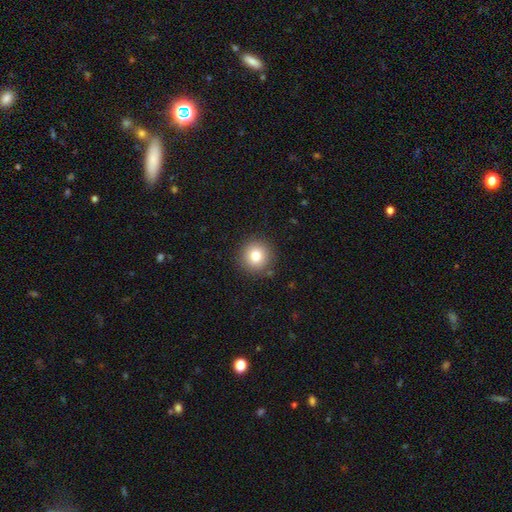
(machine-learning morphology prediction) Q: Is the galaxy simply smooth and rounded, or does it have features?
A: smooth — 81%.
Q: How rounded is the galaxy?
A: round — 95%.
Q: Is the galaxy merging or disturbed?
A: none — 89%.